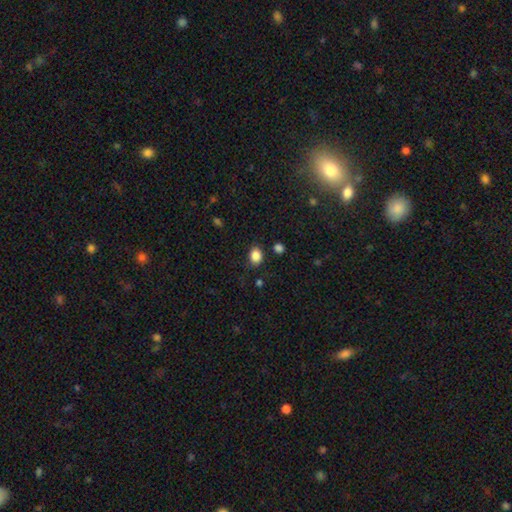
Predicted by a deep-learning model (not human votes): Smooth or featured? Predicted: smooth (p=0.86). How rounded? Predicted: in between (p=0.58). Merging? Predicted: none (p=0.81).